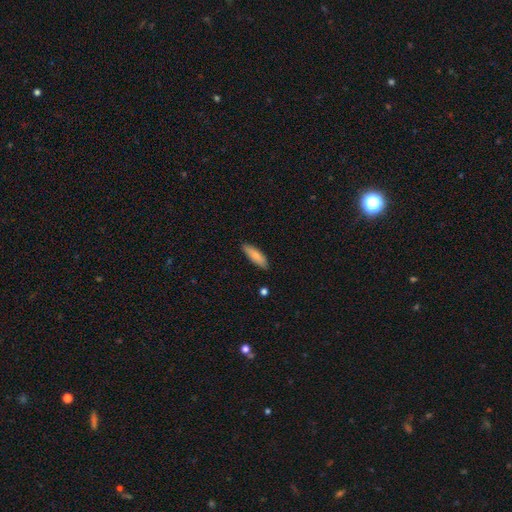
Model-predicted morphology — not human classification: This appears to be a smooth galaxy with no disk features (79%) that is cigar-shaped (55%). Merging: none (85%).